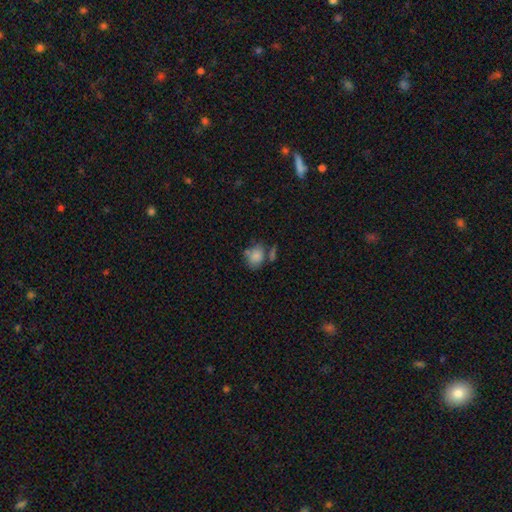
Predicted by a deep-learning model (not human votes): Smooth or featured? Predicted: smooth (p=0.81). How rounded? Predicted: in between (p=0.49, tied with round). Merging? Predicted: none (p=0.50).